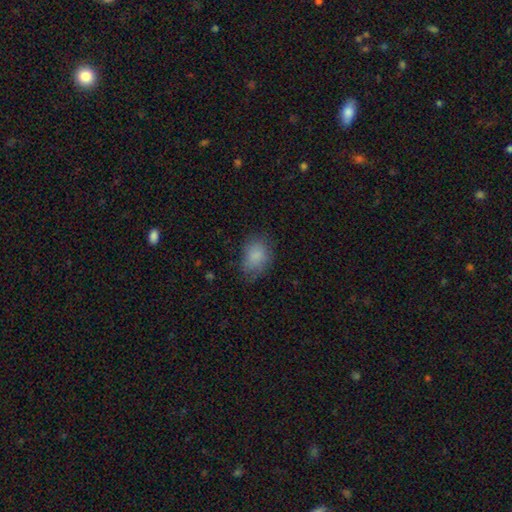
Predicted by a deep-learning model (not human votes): Smooth or featured: smooth — 83% (star or artifact — 9%)
How rounded: in between — 73% (round — 25%)
Merging: none — 62% (minor disturbance — 27%)